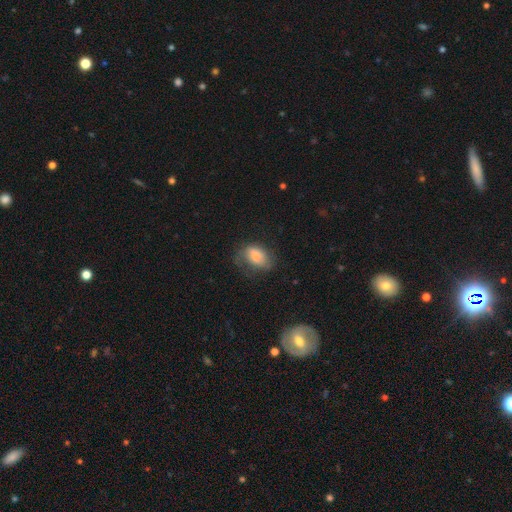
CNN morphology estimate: This appears to be a smooth galaxy with no disk features (74%) that is in between round and cigar-shaped (82%). Merging: none (46%).